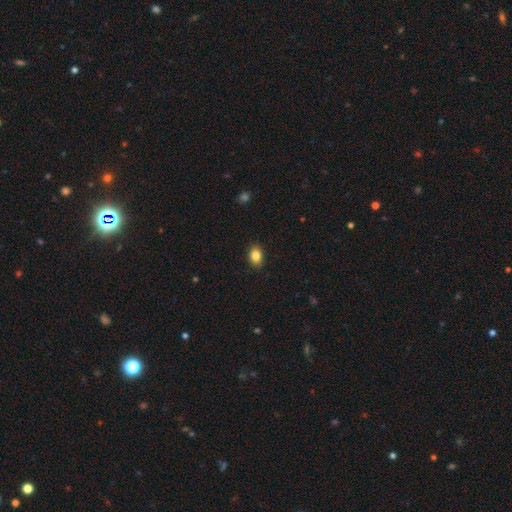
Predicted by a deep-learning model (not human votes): Smooth or featured: smooth — 85% (star or artifact — 9%)
How rounded: in between — 77% (round — 21%)
Merging: none — 89% (minor disturbance — 8%)